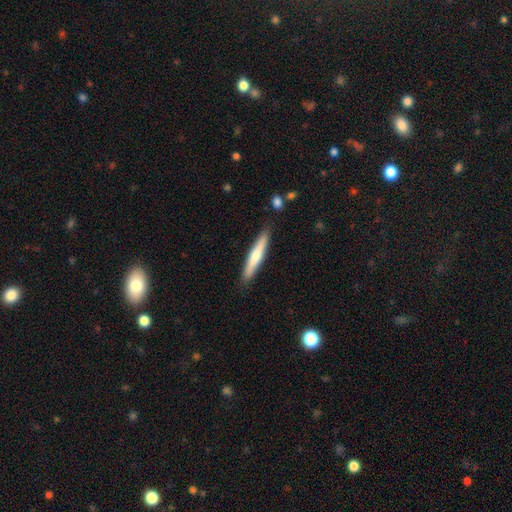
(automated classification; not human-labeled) smooth-or-featured: smooth: 58% | featured or disk: 37% | star or artifact: 5%
  how-rounded: cigar-shaped: 92% | in between: 7% | round: 1%
  merging: none: 88% | minor disturbance: 9% | merger: 2% | major disturbance: 2%